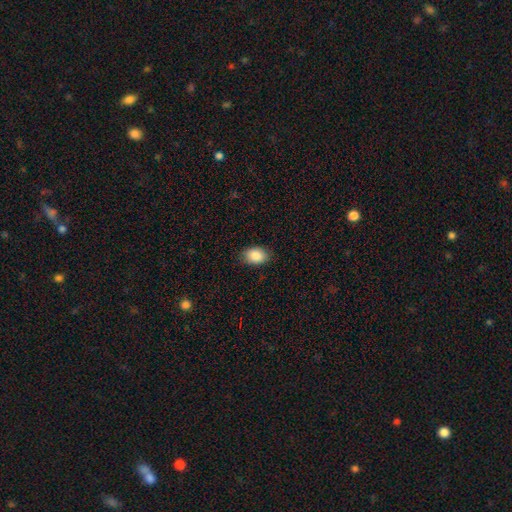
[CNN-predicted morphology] Smooth or featured: smooth — 87% (star or artifact — 8%)
How rounded: in between — 79% (round — 20%)
Merging: none — 85% (minor disturbance — 11%)